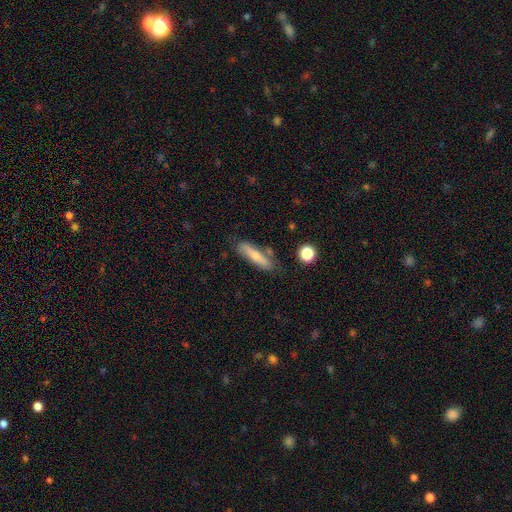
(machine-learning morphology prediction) Smooth or featured: smooth — 58% (featured or disk — 35%)
How rounded: cigar-shaped — 76% (in between — 21%)
Merging: none — 70% (minor disturbance — 18%)